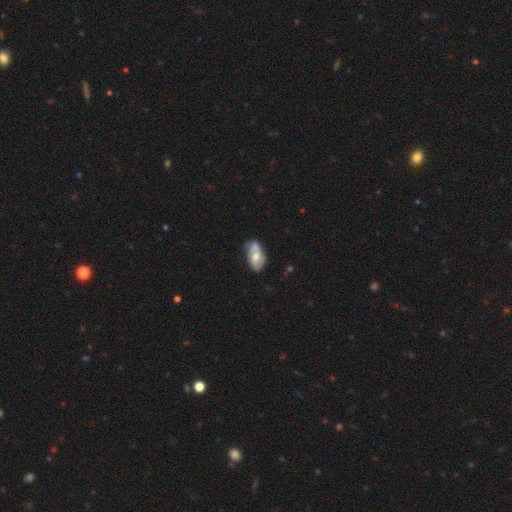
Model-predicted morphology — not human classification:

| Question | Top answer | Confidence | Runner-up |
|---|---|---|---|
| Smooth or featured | featured or disk | 65% | smooth (29%) |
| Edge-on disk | no | 94% | yes (6%) |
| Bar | no | 51% | weak (38%) |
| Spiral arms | yes | 84% | no (16%) |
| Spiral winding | medium | 42% | loose (32%) |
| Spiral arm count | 2 | 78% | can't tell (12%) |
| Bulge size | moderate | 65% | small (23%) |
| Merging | none | 64% | minor disturbance (26%) |